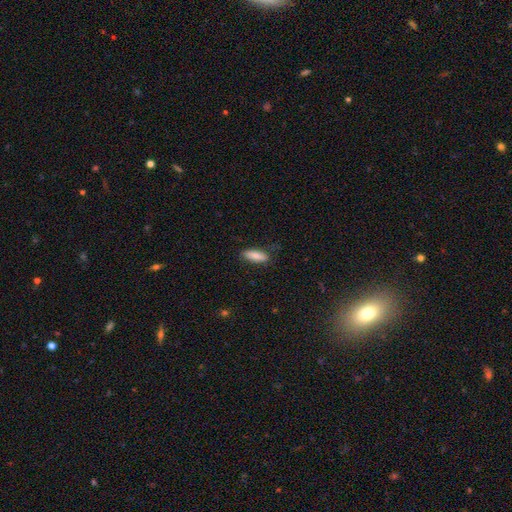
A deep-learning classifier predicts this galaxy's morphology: smooth_or_featured: smooth (p=0.77) [alt: featured or disk p=0.16]
how_rounded: in between (p=0.67) [alt: cigar-shaped p=0.31]
merging: none (p=0.80) [alt: minor disturbance p=0.16]